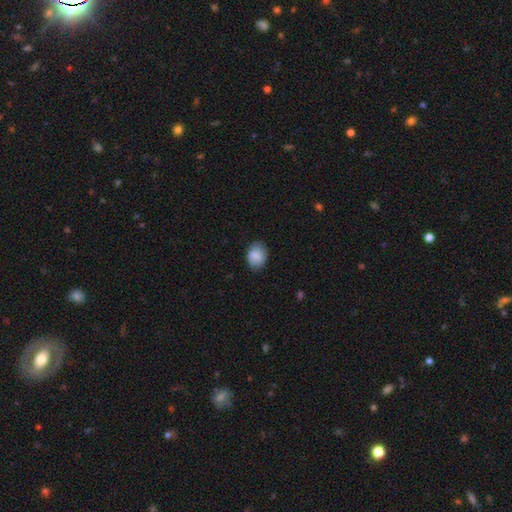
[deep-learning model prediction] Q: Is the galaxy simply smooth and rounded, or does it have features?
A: smooth — 86%.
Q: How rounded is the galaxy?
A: in between — 63%.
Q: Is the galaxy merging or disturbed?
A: none — 80%.